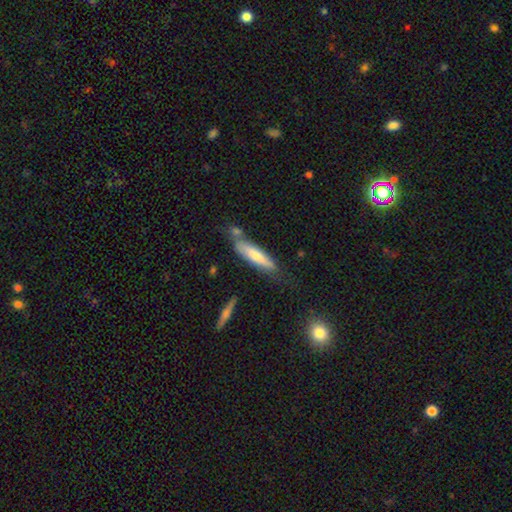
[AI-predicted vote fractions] The model was most divided on "smooth or featured": smooth: 60%, featured or disk: 33%, star or artifact: 7%. More confident: how rounded — cigar-shaped (83%); merging — none (65%).